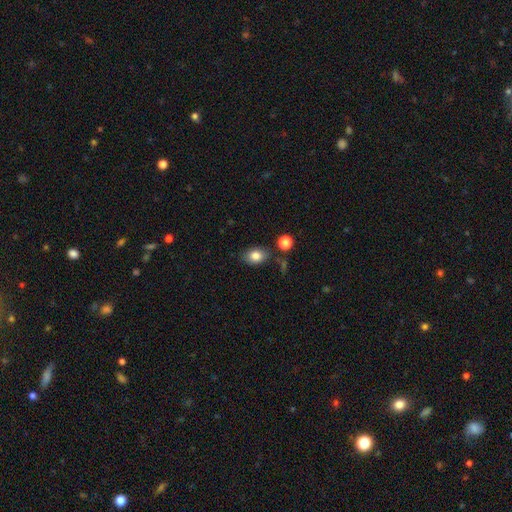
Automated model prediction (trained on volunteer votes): A smooth galaxy with no disk features (82%) that is in between round and cigar-shaped (78%).

Vote fractions:
- Smooth or featured? smooth: 82% / star or artifact: 9% / featured or disk: 9%
- How rounded? in between: 78% / round: 21% / cigar-shaped: 1%
- Merging? none: 77% / minor disturbance: 14% / merger: 6% / major disturbance: 4%